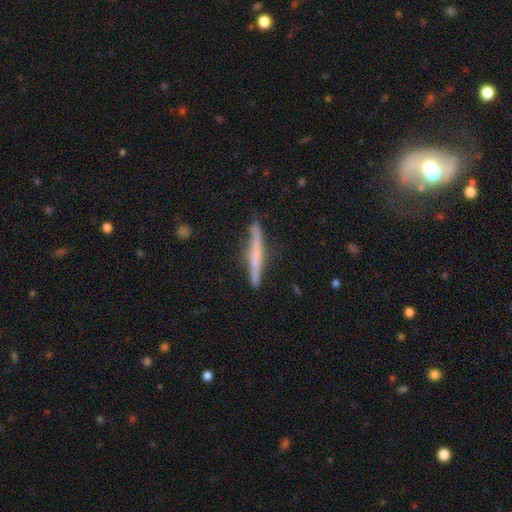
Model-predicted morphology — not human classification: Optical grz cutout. It shows a featured or disk galaxy (57%) viewed edge-on (97%) with no central bulge (49%). Merging: none (84%).